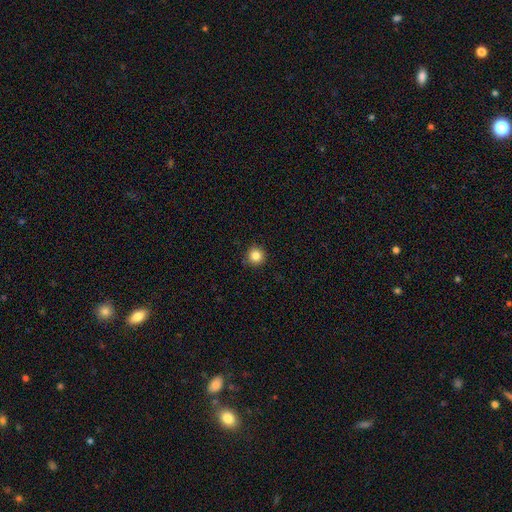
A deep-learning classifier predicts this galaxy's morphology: This appears to be a smooth galaxy with no disk features (85%) that is round (95%). Merging: none (91%).